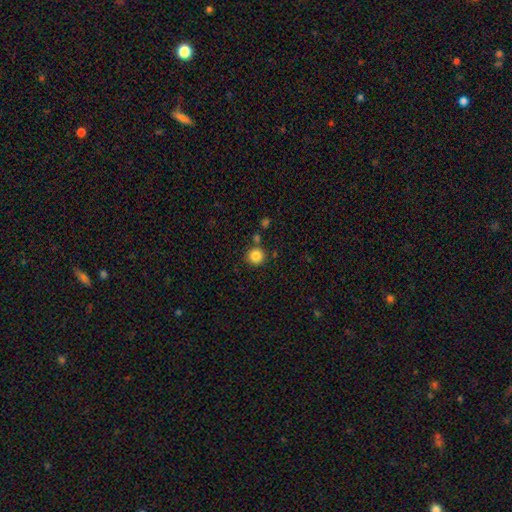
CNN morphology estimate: A smooth galaxy with no disk features (85%) that is round (93%).

Vote fractions:
- Smooth or featured? smooth: 85% / star or artifact: 10% / featured or disk: 5%
- How rounded? round: 93% / in between: 6% / cigar-shaped: 1%
- Merging? none: 82% / minor disturbance: 8% / merger: 7% / major disturbance: 2%